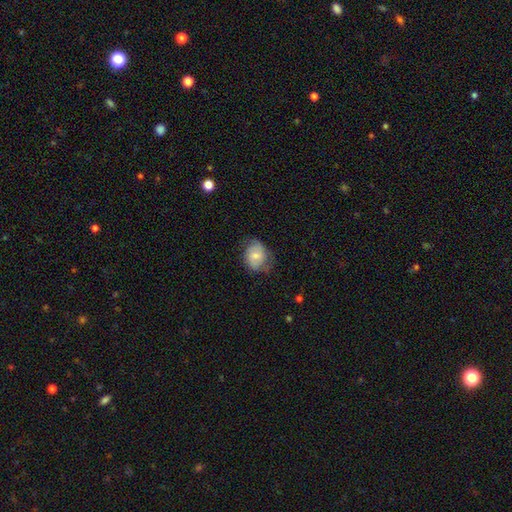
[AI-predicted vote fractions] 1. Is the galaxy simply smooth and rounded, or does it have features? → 64% smooth, 29% featured or disk, 7% star or artifact.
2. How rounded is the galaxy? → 50% round, 49% in between, 1% cigar-shaped.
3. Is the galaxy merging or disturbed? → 59% none, 29% minor disturbance, 10% major disturbance, 1% merger.